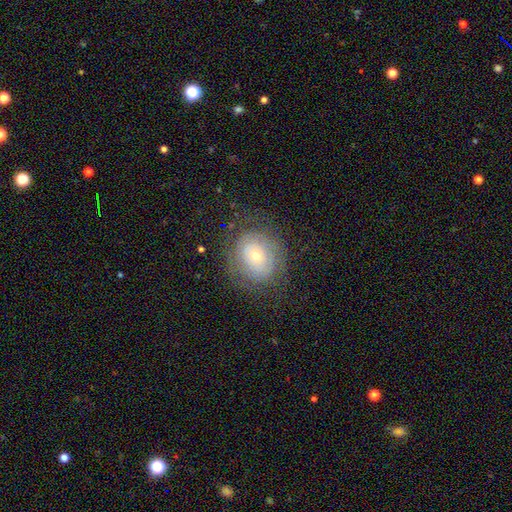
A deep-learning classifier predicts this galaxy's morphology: This appears to be a featured or disk galaxy (53%) with no bar (82%), spiral arms (61%) and a small central bulge (56%). Merging: none (74%).